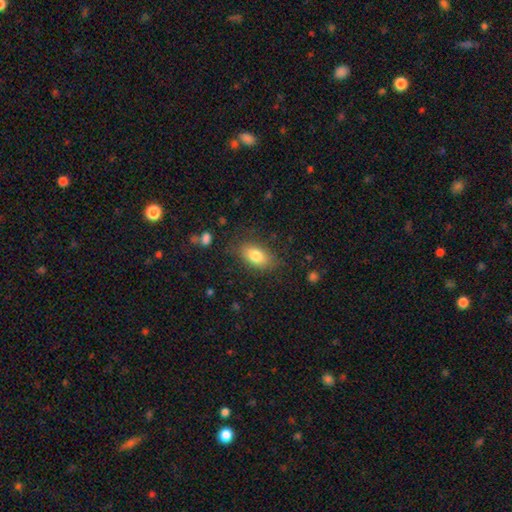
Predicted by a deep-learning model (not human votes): Overall: smooth (81%). How rounded: in between (89%). Merging: none (79%).